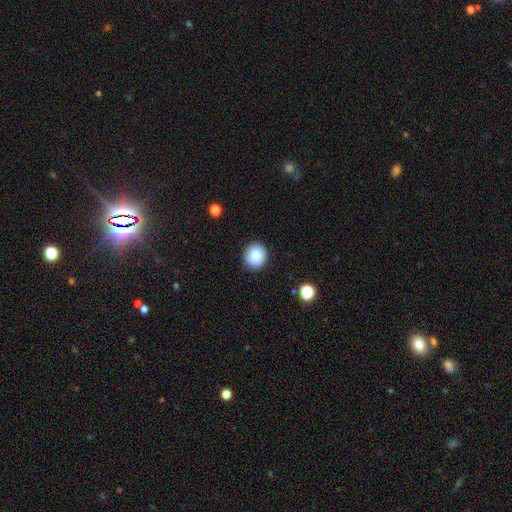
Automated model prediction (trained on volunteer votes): Morphology: type=smooth (85%); roundness=round (88%); merging=none (91%).